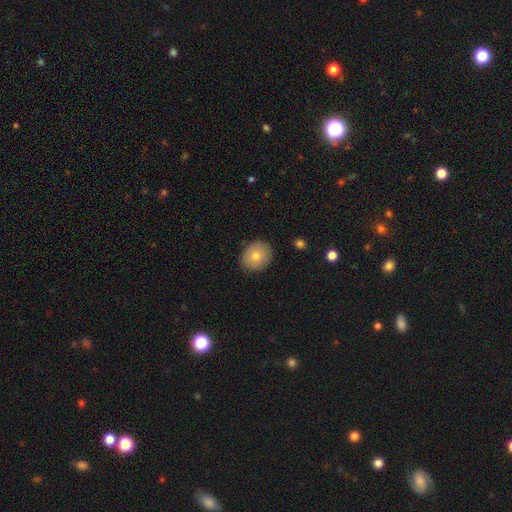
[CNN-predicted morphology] This appears to be a smooth galaxy with no disk features (77%) that is round (61%). Merging: none (88%).